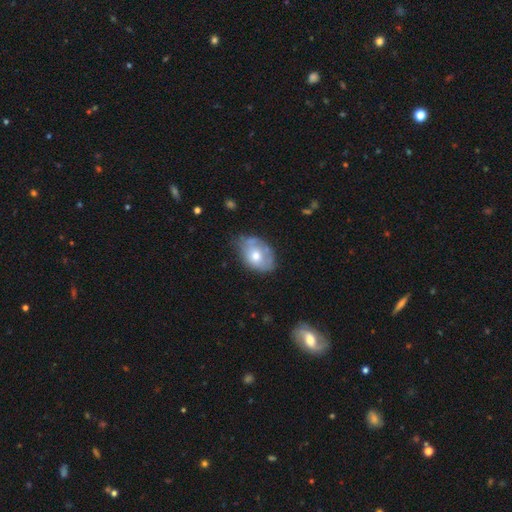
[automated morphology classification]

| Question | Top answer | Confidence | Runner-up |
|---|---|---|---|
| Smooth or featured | smooth | 56% | featured or disk (37%) |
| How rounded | in between | 83% | round (16%) |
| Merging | none | 48% | minor disturbance (38%) |